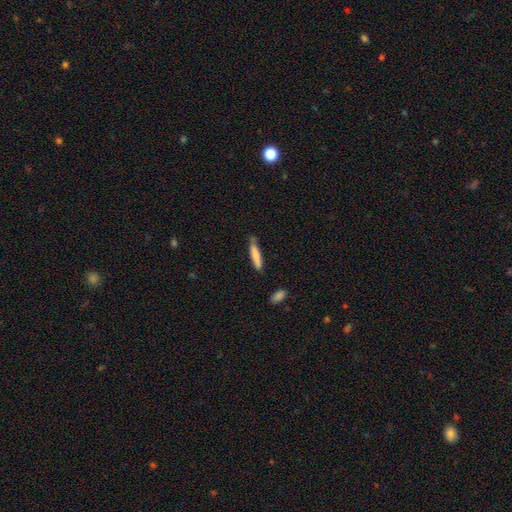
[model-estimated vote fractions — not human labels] smooth_or_featured: smooth (p=0.77) [alt: featured or disk p=0.17]
how_rounded: cigar-shaped (p=0.90) [alt: in between p=0.08]
merging: none (p=0.73) [alt: minor disturbance p=0.20]